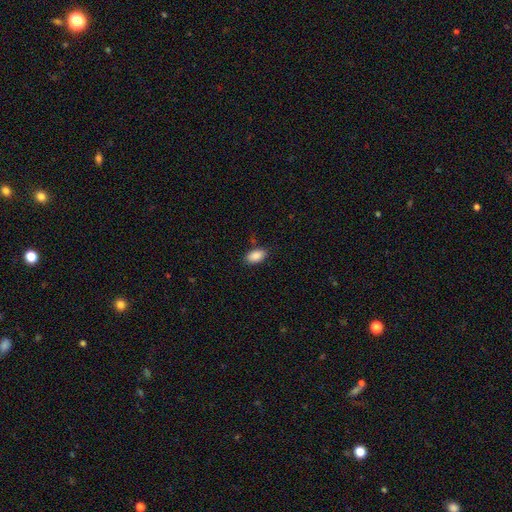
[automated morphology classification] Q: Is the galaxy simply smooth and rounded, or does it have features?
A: smooth — 89%.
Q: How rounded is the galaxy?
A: in between — 93%.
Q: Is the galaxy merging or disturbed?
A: none — 83%.